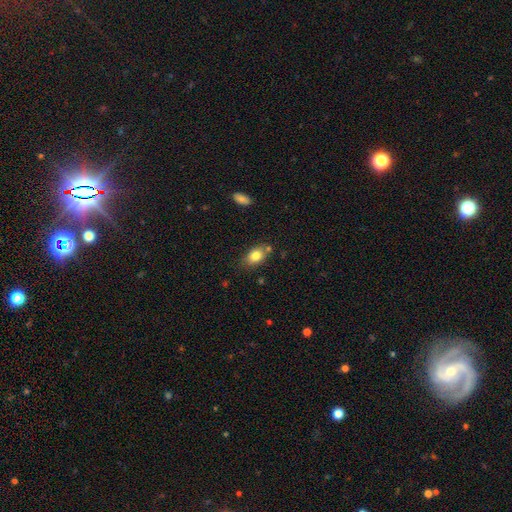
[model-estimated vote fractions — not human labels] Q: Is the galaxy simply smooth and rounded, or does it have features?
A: smooth — 81%.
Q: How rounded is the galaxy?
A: in between — 81%.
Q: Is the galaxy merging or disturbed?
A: none — 73%.